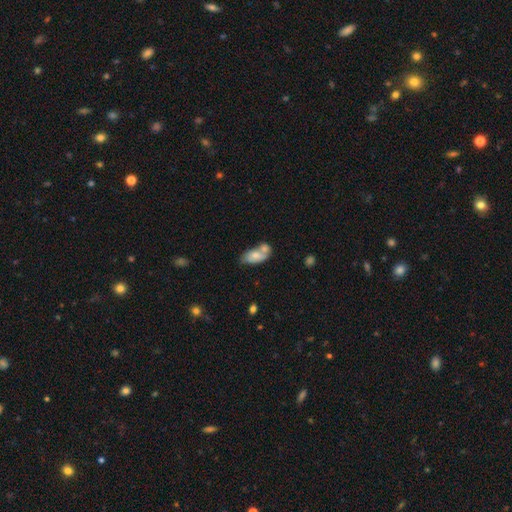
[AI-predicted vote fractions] Morphology: type=smooth (65%); roundness=in between (90%); merging=merger (53%).